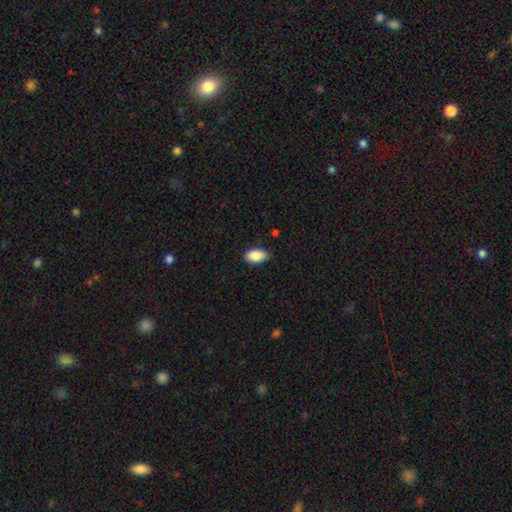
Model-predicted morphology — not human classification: smooth 89%, star or artifact 7%, featured or disk 4%. Down the decision tree: how rounded — in between (94%); merging — none (82%).